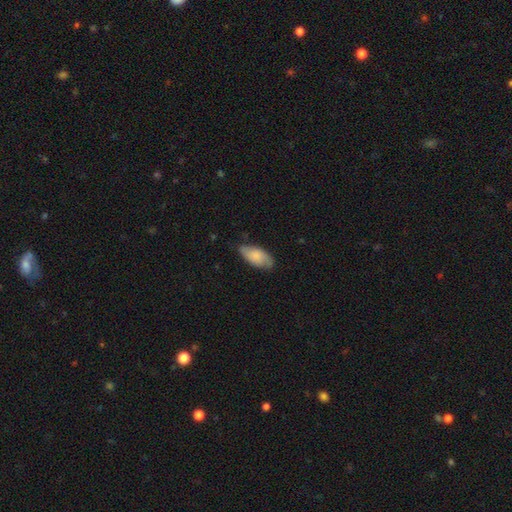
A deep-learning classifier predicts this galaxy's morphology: A smooth galaxy with no disk features (70%) that is in between round and cigar-shaped (90%). Merging: none (71%).